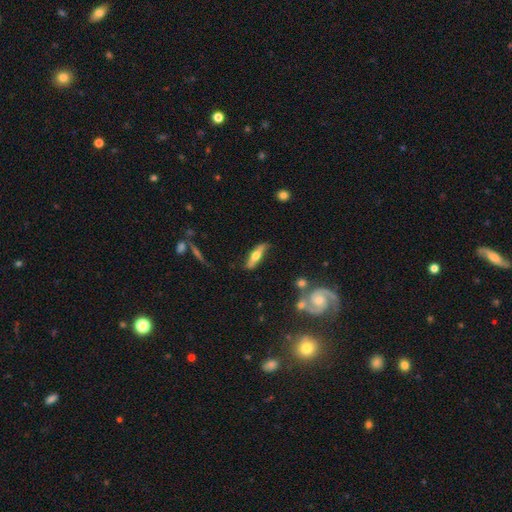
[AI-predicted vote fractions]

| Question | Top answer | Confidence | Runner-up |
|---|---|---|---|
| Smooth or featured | featured or disk | 54% | smooth (40%) |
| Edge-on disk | yes | 84% | no (16%) |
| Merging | none | 75% | minor disturbance (18%) |